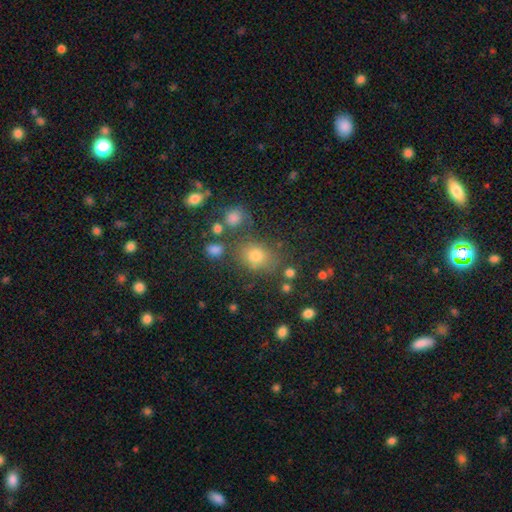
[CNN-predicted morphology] smooth_or_featured: smooth (p=0.72) [alt: star or artifact p=0.18]
how_rounded: round (p=0.49) [tied with: in between p=0.49]
merging: none (p=0.70) [alt: minor disturbance p=0.15]